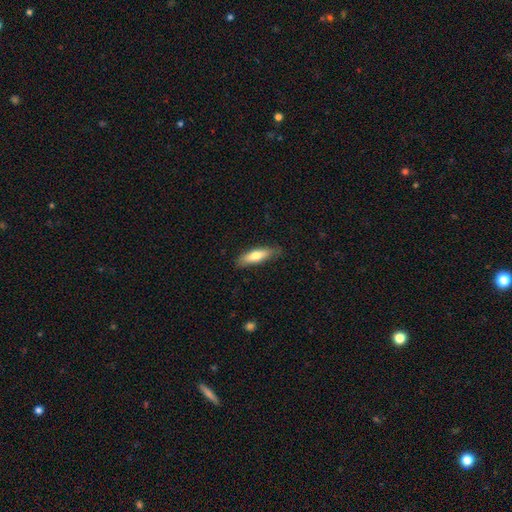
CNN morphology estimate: This appears to be a smooth galaxy with no disk features (67%) that is cigar-shaped (58%). Merging: none (83%).